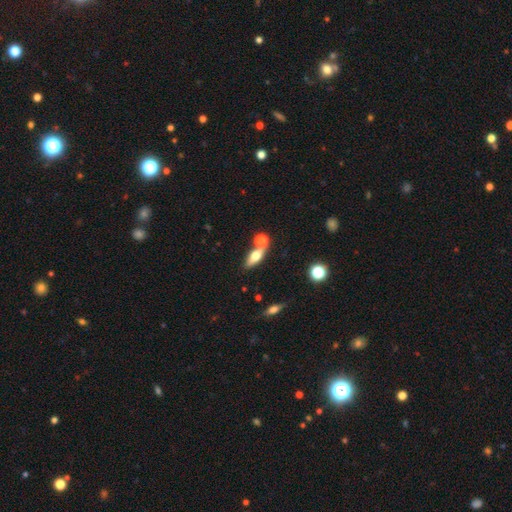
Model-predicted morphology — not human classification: Overall: smooth (63%; featured or disk 28%). How rounded: in between (64%; cigar-shaped 28%). Merging: none (57%; merger 27%).